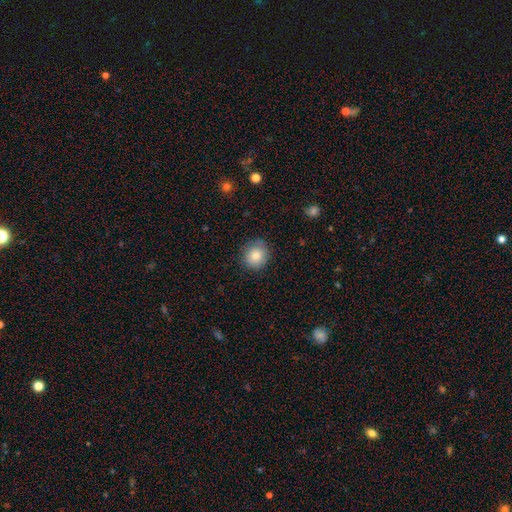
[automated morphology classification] Smooth or featured: smooth — 82% (star or artifact — 9%)
How rounded: round — 86% (in between — 13%)
Merging: none — 85% (minor disturbance — 11%)